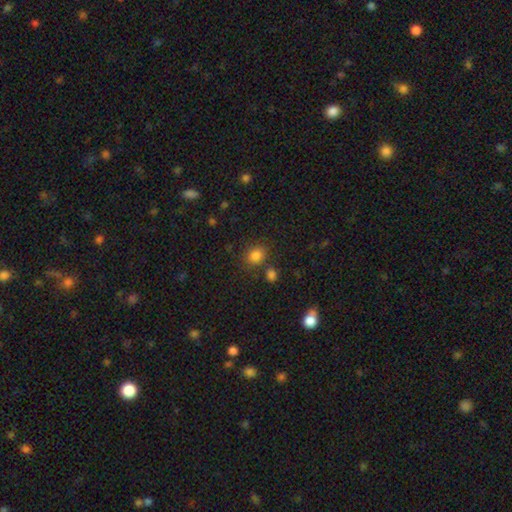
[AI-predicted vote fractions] Smooth or featured: smooth — 82% (star or artifact — 13%)
How rounded: round — 62% (in between — 37%)
Merging: none — 72% (minor disturbance — 12%)